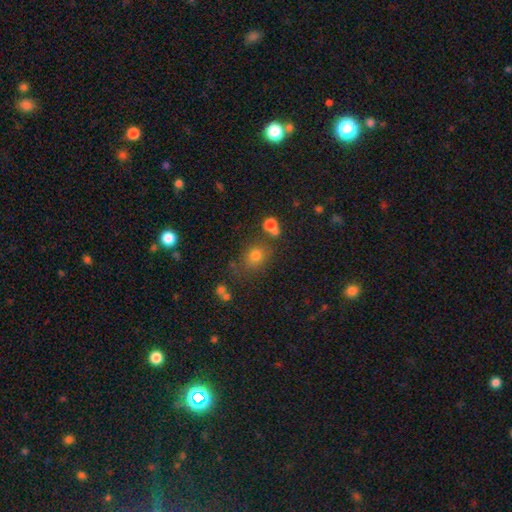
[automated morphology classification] Smooth or featured?
  - smooth: 73% *
  - star or artifact: 18%
  - featured or disk: 9%
How rounded?
  - round: 63% *
  - in between: 36%
  - cigar-shaped: 1%
Merging?
  - none: 69% *
  - minor disturbance: 14%
  - merger: 10%
  - major disturbance: 6%